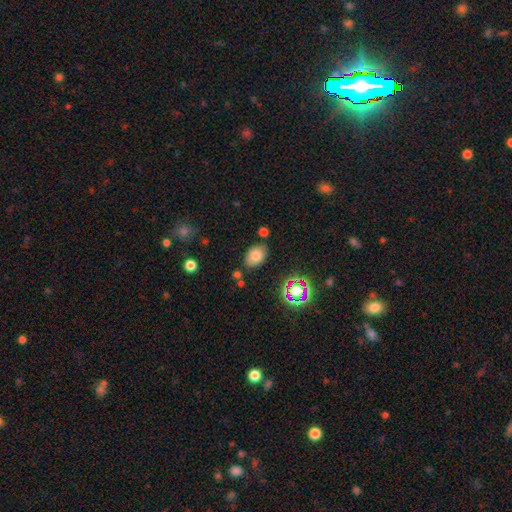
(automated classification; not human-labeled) smooth_or_featured: smooth (p=0.76) [alt: star or artifact p=0.13]
how_rounded: in between (p=0.83) [alt: round p=0.16]
merging: none (p=0.79) [alt: minor disturbance p=0.13]